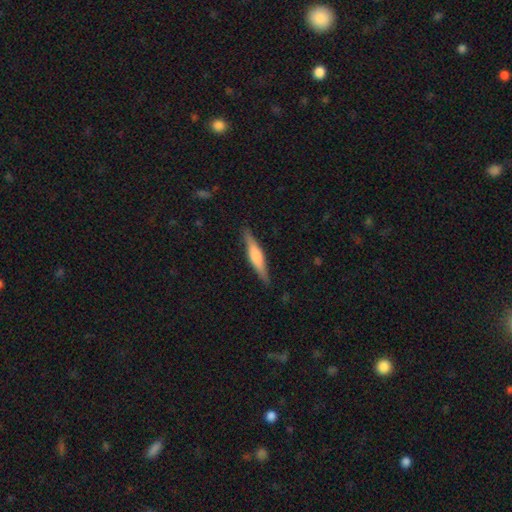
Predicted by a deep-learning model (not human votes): A featured or disk galaxy (51%) viewed edge-on (96%).

Vote fractions:
- Smooth or featured? featured or disk: 51% / smooth: 43% / star or artifact: 6%
- Edge-on disk? yes: 96% / no: 4%
- Merging? none: 89% / minor disturbance: 9% / major disturbance: 2% / merger: 1%